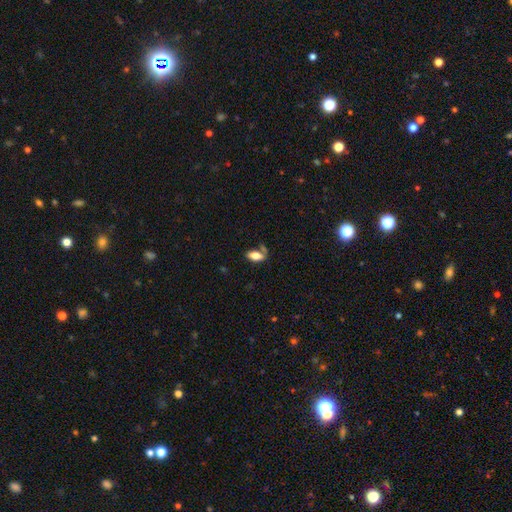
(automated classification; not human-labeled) smooth 76%, featured or disk 16%, star or artifact 8%. Down the decision tree: how rounded — in between (88%); merging — none (58%).